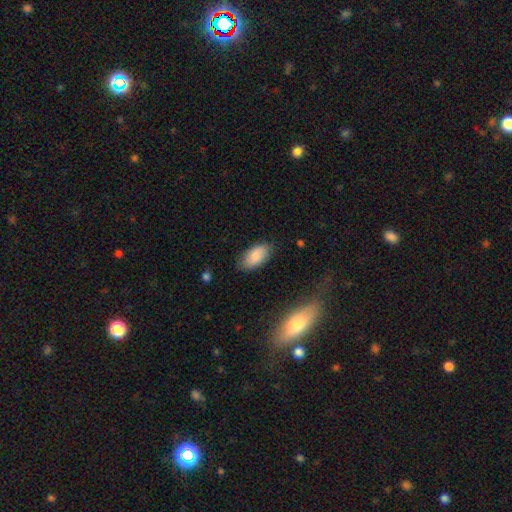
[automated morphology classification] This is clearly a smooth galaxy (84%). How rounded: clearly in between (94%). Merging: clearly none (81%).